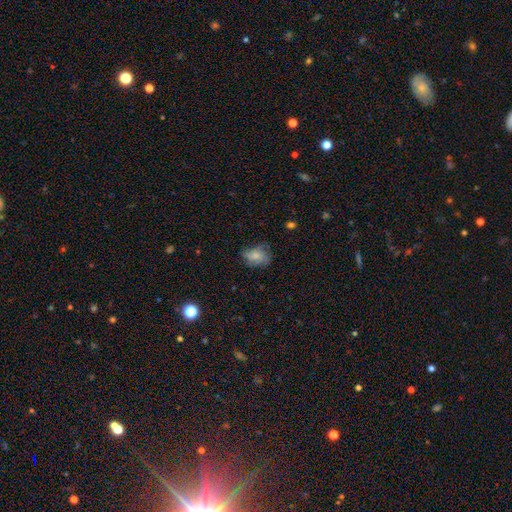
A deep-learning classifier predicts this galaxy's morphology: A smooth galaxy with no disk features (57%) that is in between round and cigar-shaped (69%).

Vote fractions:
- Smooth or featured? smooth: 57% / featured or disk: 33% / star or artifact: 10%
- How rounded? in between: 69% / round: 29% / cigar-shaped: 2%
- Merging? none: 56% / minor disturbance: 29% / major disturbance: 14% / merger: 2%